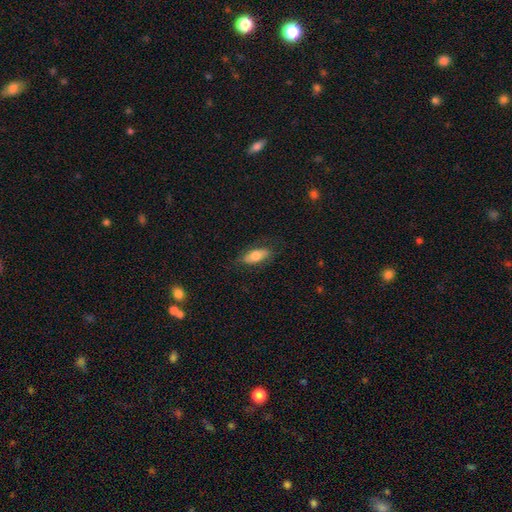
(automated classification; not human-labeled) A smooth galaxy with no disk features (70%) that is in between round and cigar-shaped (81%).

Vote fractions:
- Smooth or featured? smooth: 70% / featured or disk: 24% / star or artifact: 7%
- How rounded? in between: 81% / cigar-shaped: 16% / round: 3%
- Merging? none: 77% / minor disturbance: 17% / major disturbance: 5% / merger: 1%